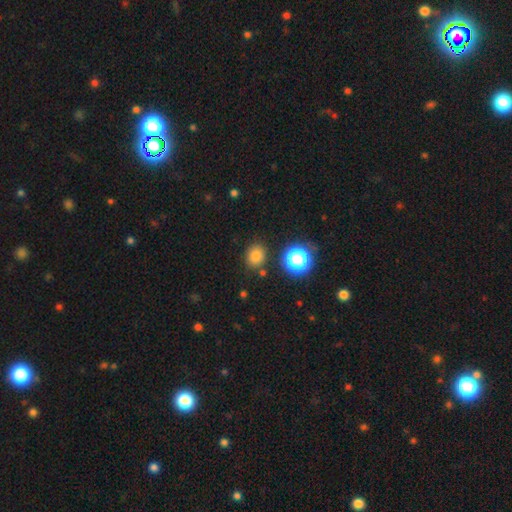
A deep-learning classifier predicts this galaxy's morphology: type=smooth (78%); roundness=round (67%); merging=none (83%).